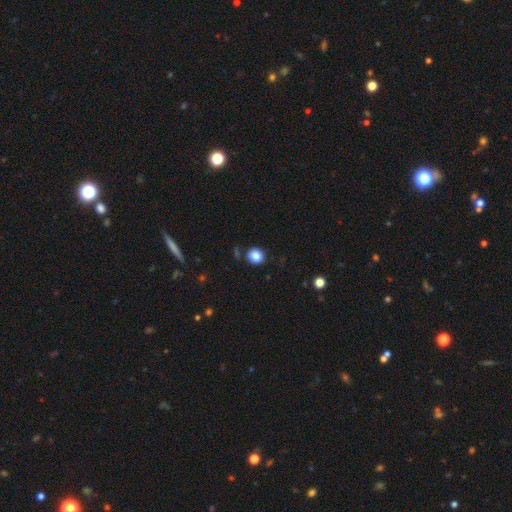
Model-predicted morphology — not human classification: smooth-or-featured: smooth: 85% | star or artifact: 11% | featured or disk: 5%
  how-rounded: round: 87% | in between: 12% | cigar-shaped: 1%
  merging: none: 86% | minor disturbance: 8% | merger: 4% | major disturbance: 2%